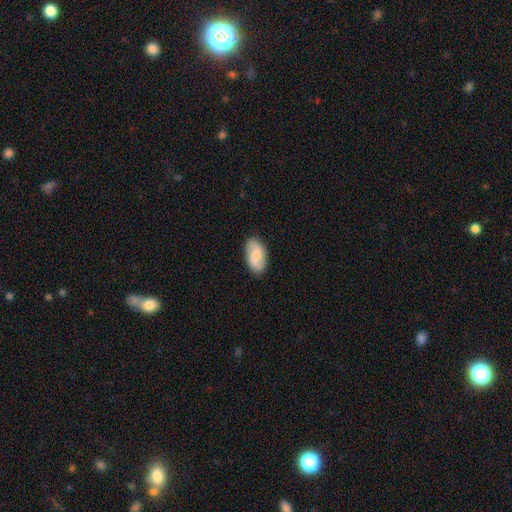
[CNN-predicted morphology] The model was most divided on "smooth or featured": smooth: 50%, featured or disk: 43%, star or artifact: 7%. More confident: how rounded — in between (93%); merging — none (86%).